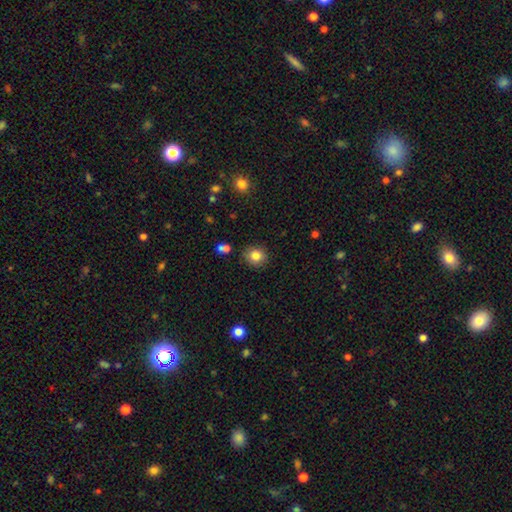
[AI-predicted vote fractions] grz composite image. It shows a smooth galaxy with no disk features (83%) that is round (83%). Merging: none (86%).